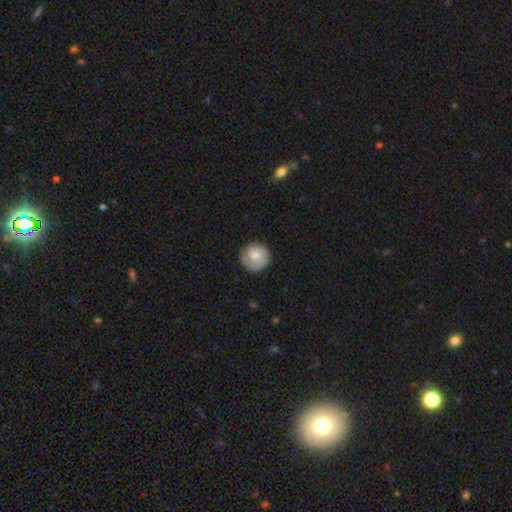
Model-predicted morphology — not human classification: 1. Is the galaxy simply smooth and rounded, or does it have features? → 72% smooth, 22% featured or disk, 6% star or artifact.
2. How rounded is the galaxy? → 93% round, 6% in between, 1% cigar-shaped.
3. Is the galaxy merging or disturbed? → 81% none, 14% minor disturbance, 4% major disturbance, 1% merger.